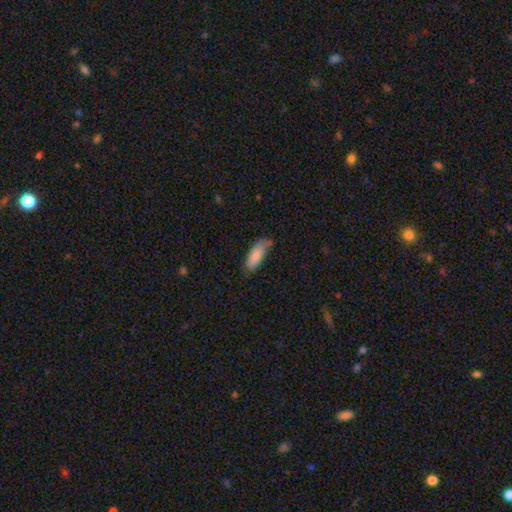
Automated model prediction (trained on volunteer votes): Morphology: type=smooth (84%); roundness=in between (74%); merging=none (64%).